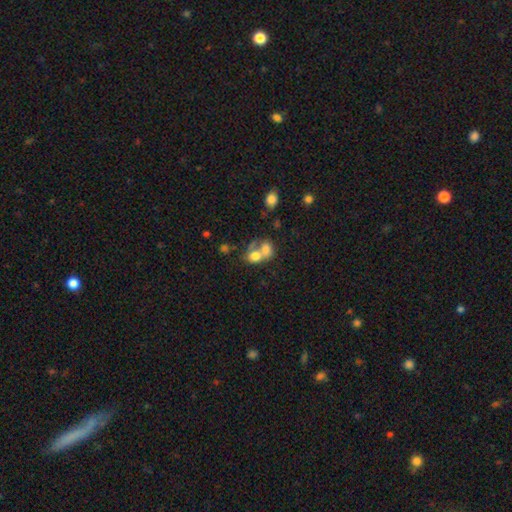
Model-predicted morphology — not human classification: Smooth or featured? smooth (70%)
How rounded? in between (54%)
Merging? merger (68%)